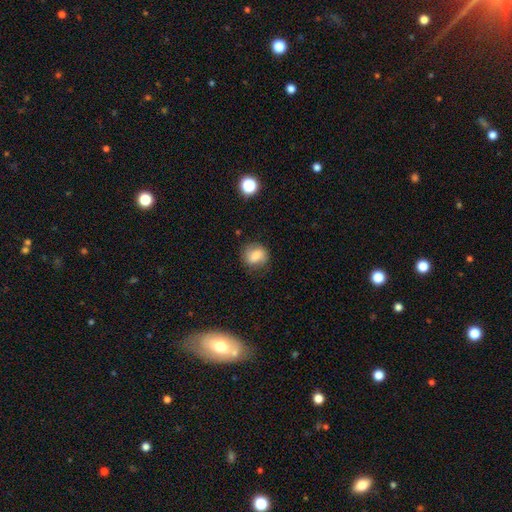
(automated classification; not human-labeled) A smooth galaxy with no disk features (72%) that is round (70%). Merging: none (75%).